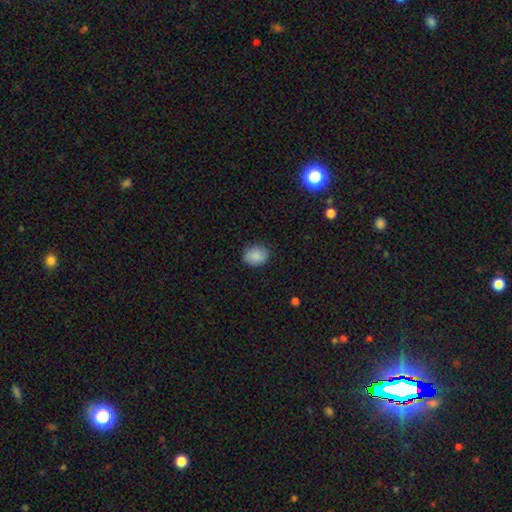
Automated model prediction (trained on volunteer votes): Q: Smooth or featured?
A: smooth (87%); runner-up: star or artifact (8%)
Q: How rounded?
A: in between (59%); runner-up: round (40%)
Q: Merging?
A: none (85%); runner-up: minor disturbance (12%)